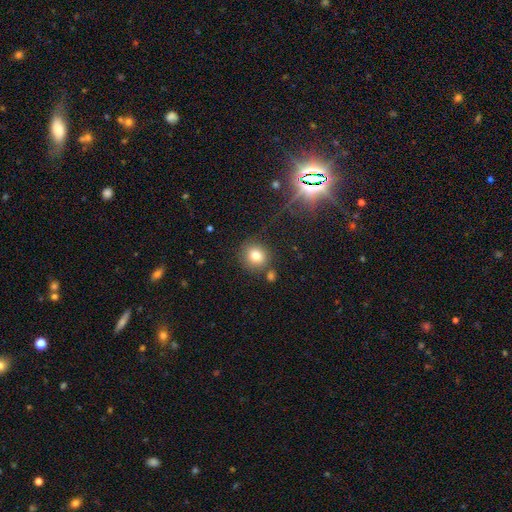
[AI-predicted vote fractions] The model was most divided on "how rounded": round: 83%, in between: 16%, cigar-shaped: 1%. More confident: smooth or featured — smooth (79%); merging — none (79%).